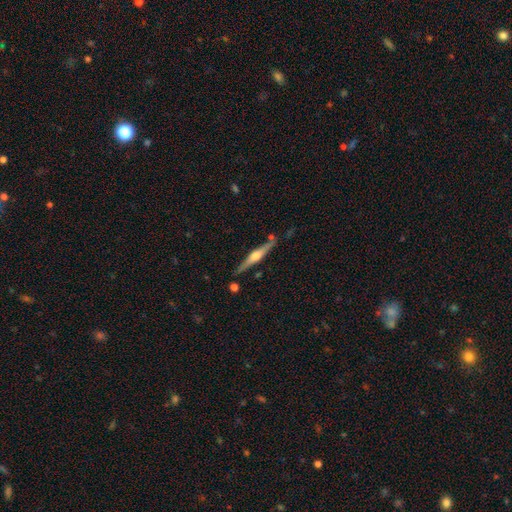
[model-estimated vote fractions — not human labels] Smooth or featured? featured or disk (75%)
Edge-on disk? yes (98%)
Edge-on bulge? rounded (90%)
Merging? none (82%)